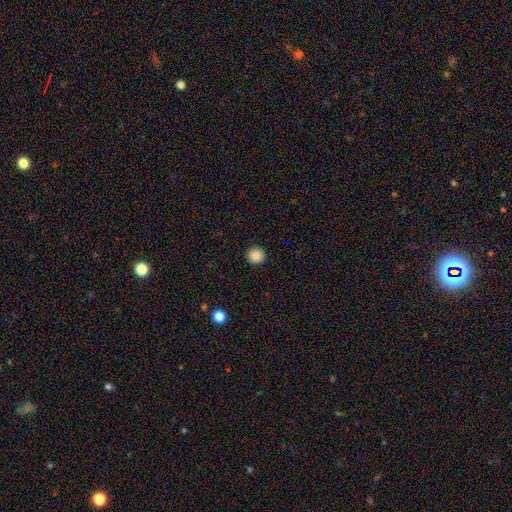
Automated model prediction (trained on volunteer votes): Q: Smooth or featured?
A: smooth (87%); runner-up: star or artifact (10%)
Q: How rounded?
A: round (95%); runner-up: in between (4%)
Q: Merging?
A: none (93%); runner-up: minor disturbance (5%)